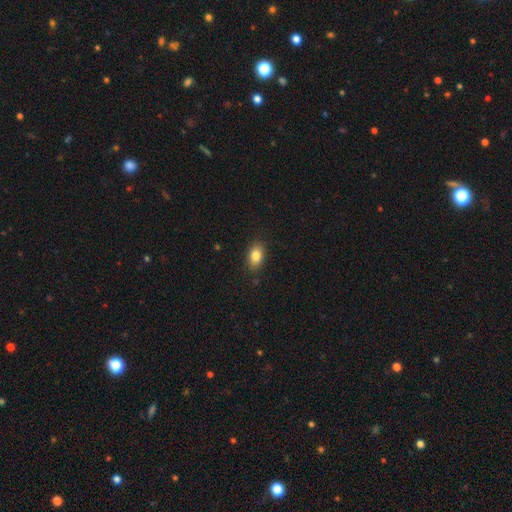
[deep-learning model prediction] This appears to be a smooth galaxy with no disk features (83%) that is in between round and cigar-shaped (84%). Merging: none (87%).